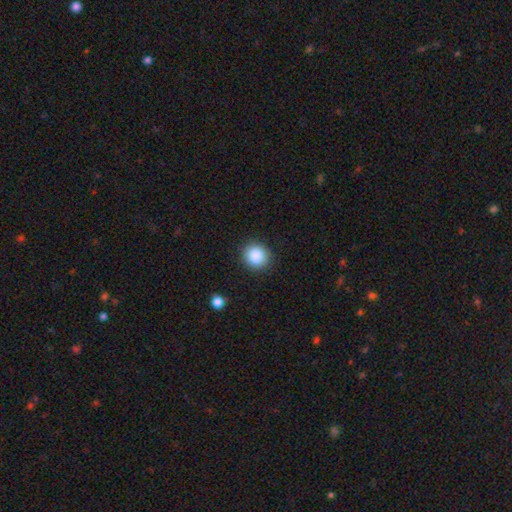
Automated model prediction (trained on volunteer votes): Smooth or featured: smooth — 87% (star or artifact — 9%)
How rounded: round — 87% (in between — 12%)
Merging: none — 89% (minor disturbance — 7%)